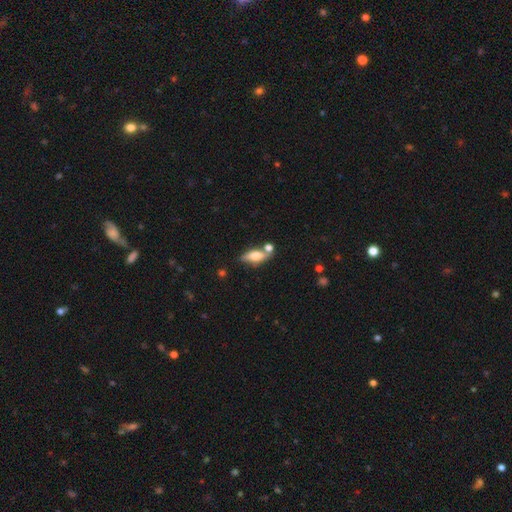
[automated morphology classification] smooth_or_featured: smooth (p=0.59) [alt: featured or disk p=0.33]
how_rounded: in between (p=0.69) [alt: cigar-shaped p=0.27]
merging: none (p=0.57) [alt: merger p=0.21]